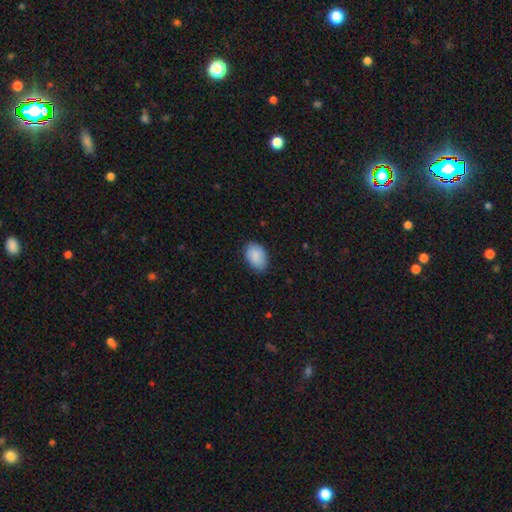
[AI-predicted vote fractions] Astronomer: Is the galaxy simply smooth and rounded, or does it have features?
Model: smooth — 89%.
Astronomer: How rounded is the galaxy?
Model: in between — 87%.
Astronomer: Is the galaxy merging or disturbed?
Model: none — 81%.